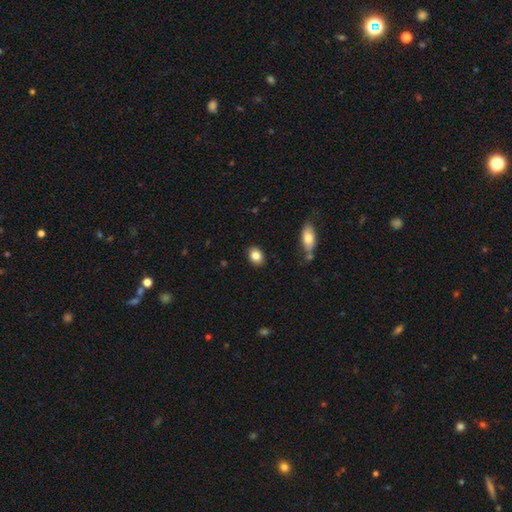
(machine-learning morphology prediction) Overall: smooth (84%). How rounded: in between (67%; round 31%). Merging: none (88%).